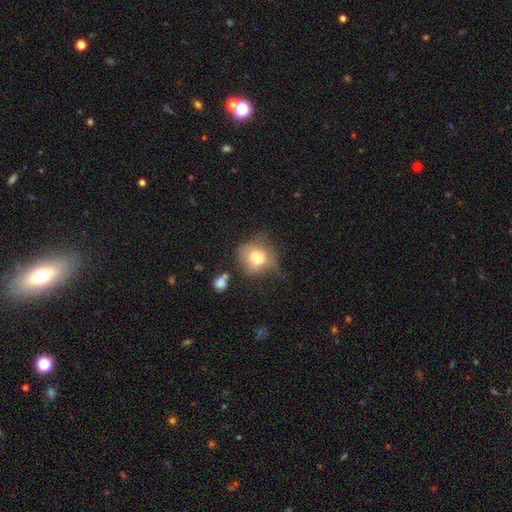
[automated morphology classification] This is likely a smooth galaxy (66%). How rounded: likely round (76%). Merging: marginally none (37%).